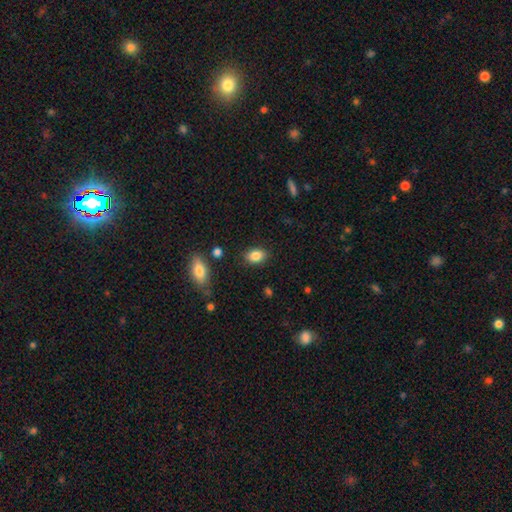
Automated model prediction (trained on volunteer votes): Morphology: type=smooth (86%); roundness=in between (79%); merging=none (85%).